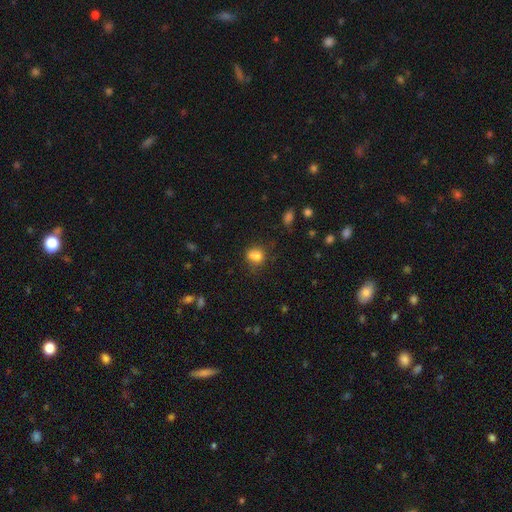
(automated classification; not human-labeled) smooth_or_featured: smooth (p=0.73) [alt: featured or disk p=0.14]
how_rounded: round (p=0.68) [alt: in between p=0.31]
merging: merger (p=0.46) [alt: none p=0.36]